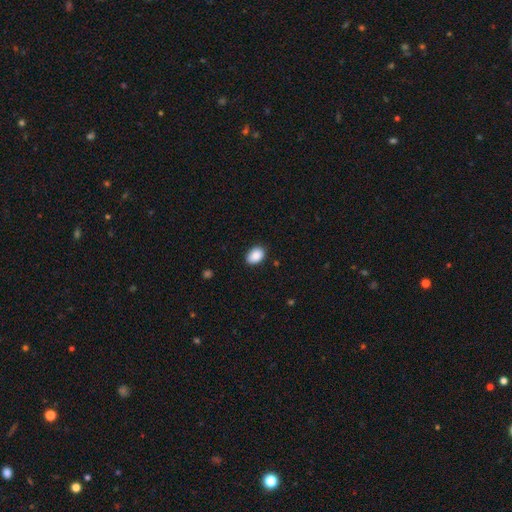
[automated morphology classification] A smooth galaxy with no disk features (89%) that is in between round and cigar-shaped (80%). Merging: none (86%).